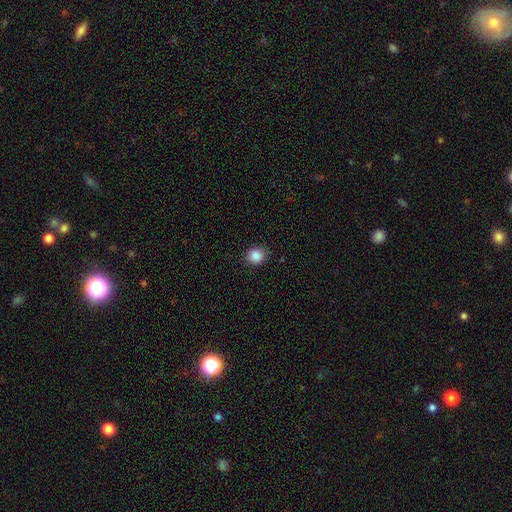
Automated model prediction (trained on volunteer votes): Q: Smooth or featured?
A: smooth (87%); runner-up: star or artifact (10%)
Q: How rounded?
A: round (82%); runner-up: in between (17%)
Q: Merging?
A: none (89%); runner-up: minor disturbance (8%)